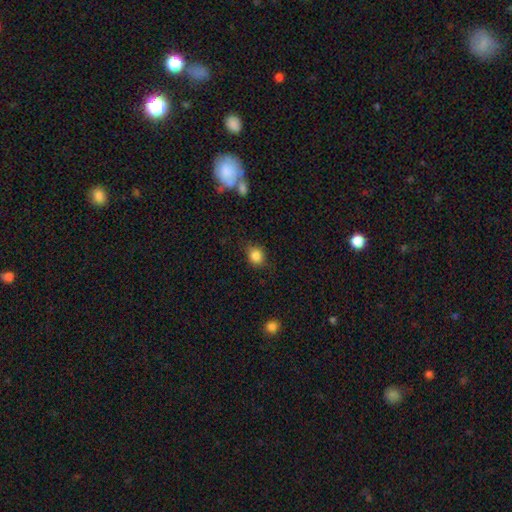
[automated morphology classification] The model was most divided on "how rounded": round: 65%, in between: 34%, cigar-shaped: 1%. More confident: smooth or featured — smooth (86%); merging — none (78%).